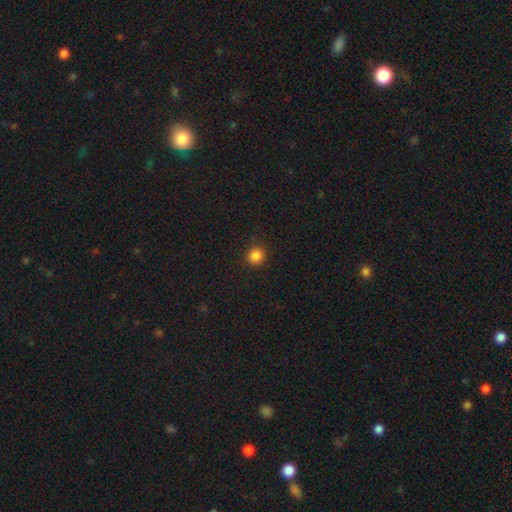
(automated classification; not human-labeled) Smooth or featured? smooth (85%)
How rounded? round (93%)
Merging? none (91%)